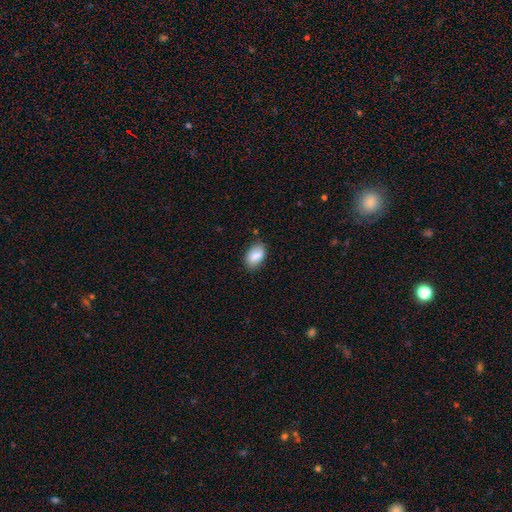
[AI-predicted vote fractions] Smooth or featured? smooth (84%)
How rounded? in between (91%)
Merging? none (79%)